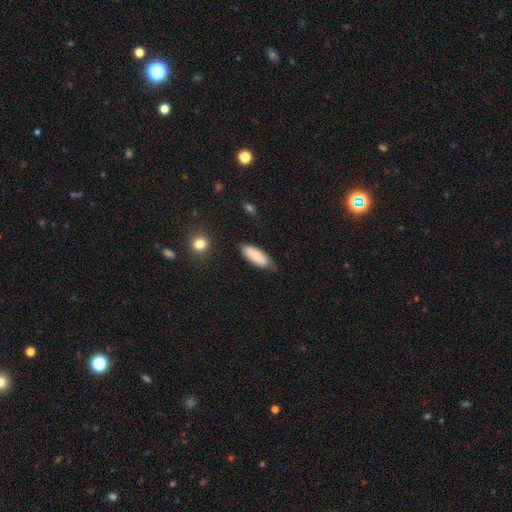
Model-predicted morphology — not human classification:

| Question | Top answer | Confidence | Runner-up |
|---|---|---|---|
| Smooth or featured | smooth | 76% | featured or disk (17%) |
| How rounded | in between | 76% | cigar-shaped (22%) |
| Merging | none | 63% | minor disturbance (28%) |